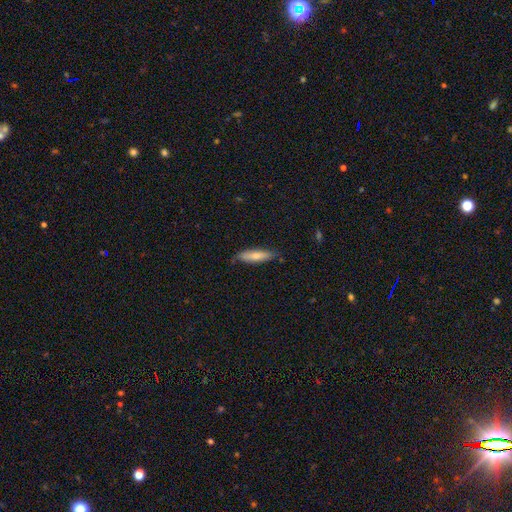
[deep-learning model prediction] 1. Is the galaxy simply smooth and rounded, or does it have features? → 73% smooth, 21% featured or disk, 6% star or artifact.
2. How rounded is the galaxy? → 74% cigar-shaped, 24% in between, 1% round.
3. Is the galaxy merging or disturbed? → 78% none, 17% minor disturbance, 3% major disturbance, 2% merger.